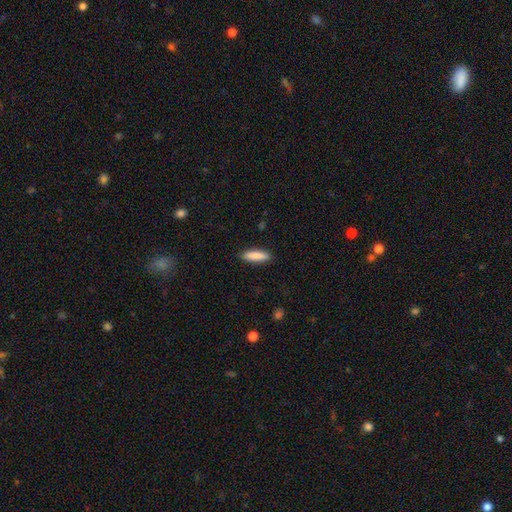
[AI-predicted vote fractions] A smooth galaxy with no disk features (88%) that is cigar-shaped (62%). Merging: none (90%).